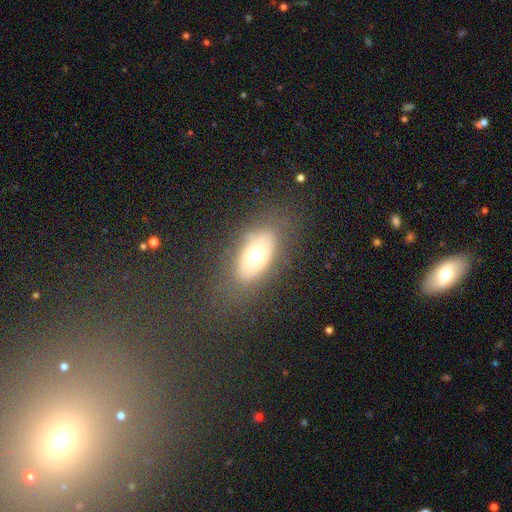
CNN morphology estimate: A smooth galaxy with no disk features (62%) that is in between round and cigar-shaped (86%).

Vote fractions:
- Smooth or featured? smooth: 62% / featured or disk: 27% / star or artifact: 11%
- How rounded? in between: 86% / round: 10% / cigar-shaped: 4%
- Merging? none: 75% / minor disturbance: 14% / major disturbance: 9% / merger: 2%